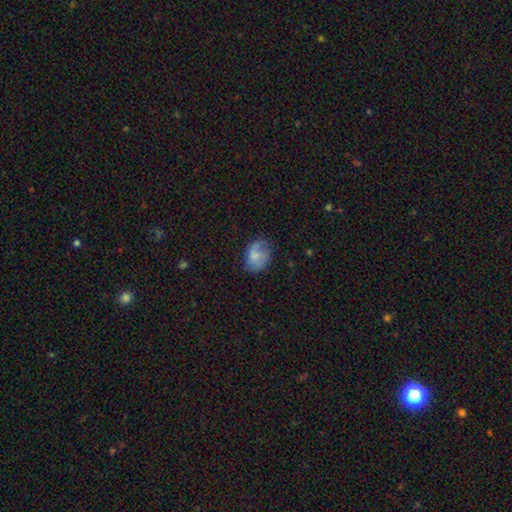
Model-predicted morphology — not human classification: Q: Smooth or featured?
A: smooth (68%); runner-up: featured or disk (23%)
Q: How rounded?
A: in between (71%); runner-up: round (28%)
Q: Merging?
A: none (52%); runner-up: minor disturbance (30%)